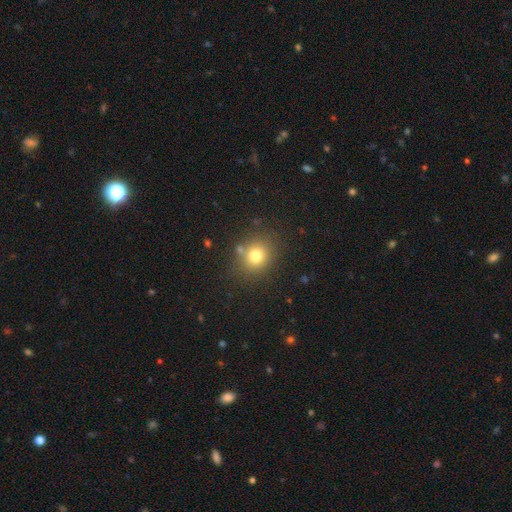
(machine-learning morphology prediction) This is likely a smooth galaxy (75%). How rounded: likely round (76%). Merging: likely none (78%).